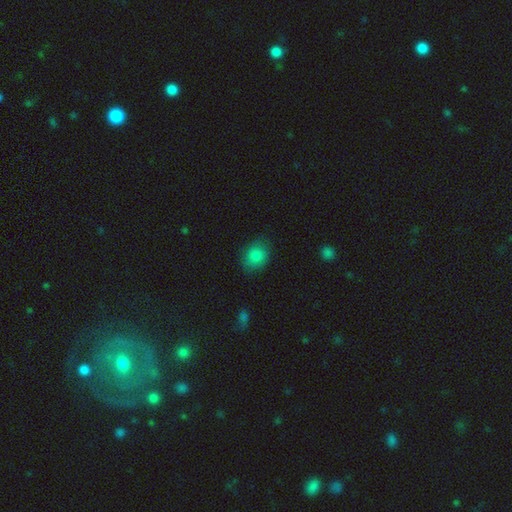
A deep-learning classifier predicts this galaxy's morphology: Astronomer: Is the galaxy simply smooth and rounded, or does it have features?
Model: smooth — 85%.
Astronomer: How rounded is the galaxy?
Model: round — 52% (runner-up: in between, 47%).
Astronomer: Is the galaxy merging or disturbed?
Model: none — 79%.